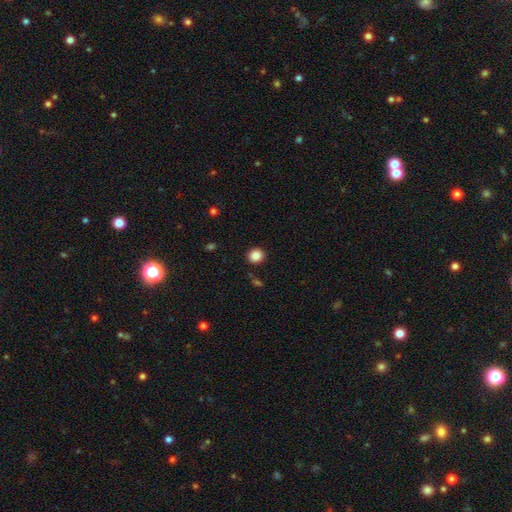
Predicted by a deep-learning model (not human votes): Smooth or featured? smooth (86%)
How rounded? round (84%)
Merging? none (89%)